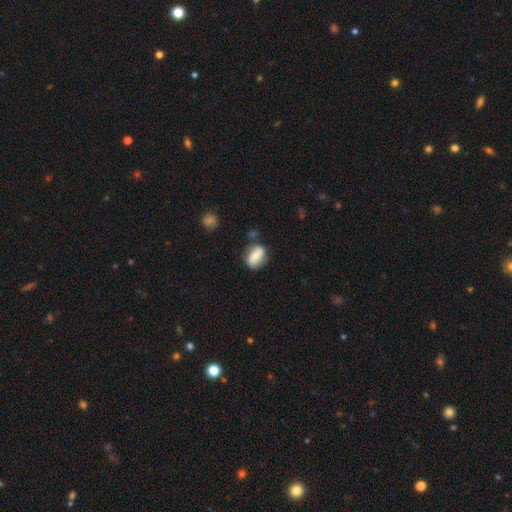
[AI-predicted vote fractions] Smooth or featured? Predicted: smooth (p=0.59). How rounded? Predicted: in between (p=0.76). Merging? Predicted: none (p=0.64).